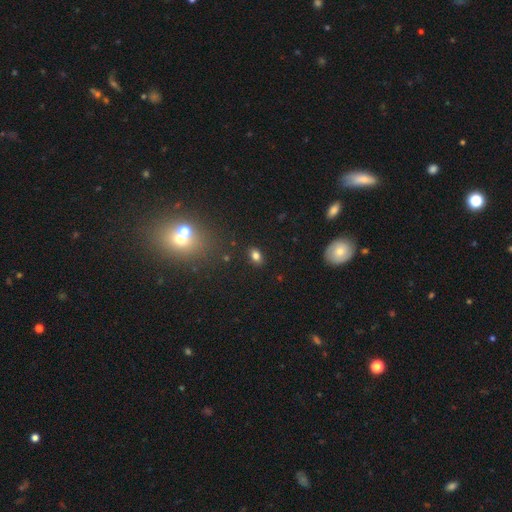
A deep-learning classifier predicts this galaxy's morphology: Smooth or featured: smooth — 77% (star or artifact — 15%)
How rounded: in between — 80% (round — 19%)
Merging: none — 85% (minor disturbance — 10%)